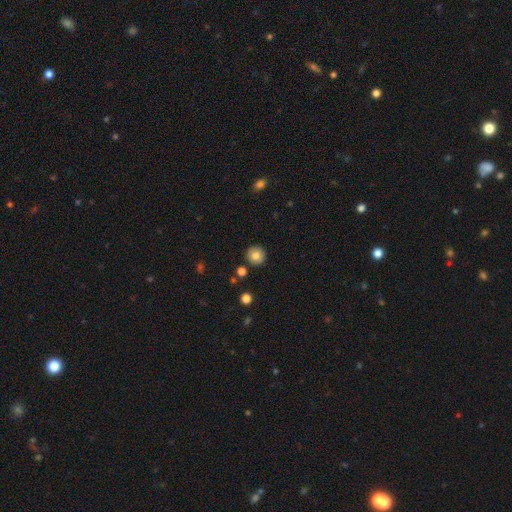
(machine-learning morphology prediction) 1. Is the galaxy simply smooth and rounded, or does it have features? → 80% smooth, 11% featured or disk, 9% star or artifact.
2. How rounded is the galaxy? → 94% round, 5% in between, 1% cigar-shaped.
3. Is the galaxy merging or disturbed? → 90% none, 6% minor disturbance, 2% merger, 2% major disturbance.